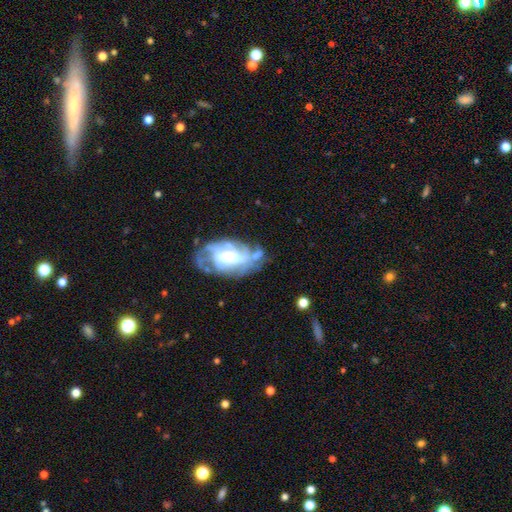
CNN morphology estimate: A featured or disk galaxy (74%) with no bar (40%), tight (46%) spiral arms (77%) and a moderate central bulge (43%). Merging: none (49%).